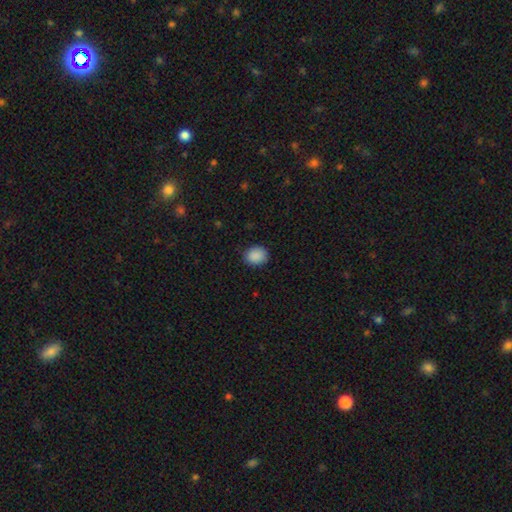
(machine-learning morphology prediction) This appears to be a smooth galaxy with no disk features (89%) that is round (61%). Merging: none (86%).